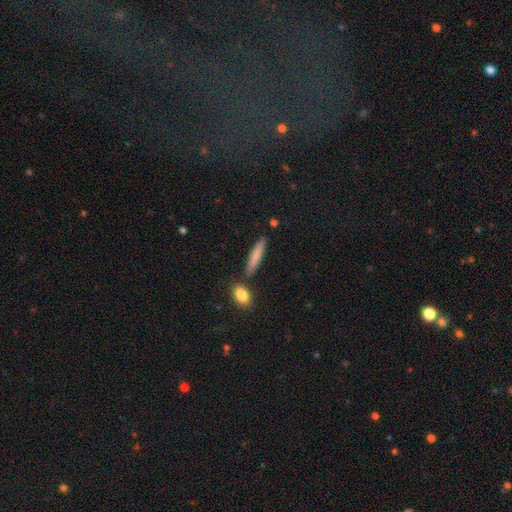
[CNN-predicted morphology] Smooth or featured? Predicted: smooth (p=0.79). How rounded? Predicted: cigar-shaped (p=0.87). Merging? Predicted: none (p=0.83).